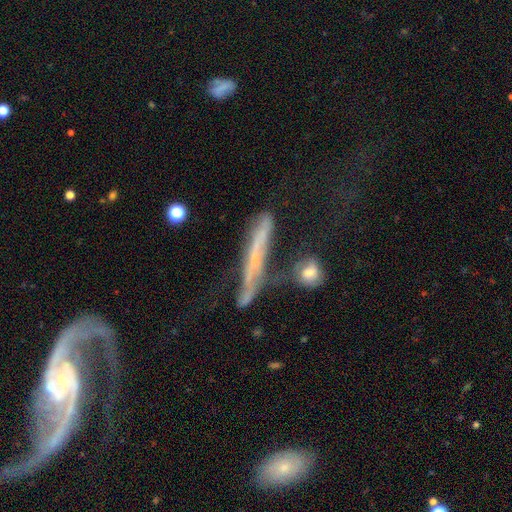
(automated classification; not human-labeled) Smooth or featured?
  - featured or disk: 59% *
  - smooth: 32%
  - star or artifact: 10%
Edge-on disk?
  - yes: 74% *
  - no: 26%
Merging?
  - none: 41% *
  - minor disturbance: 23%
  - major disturbance: 20%
  - merger: 17%